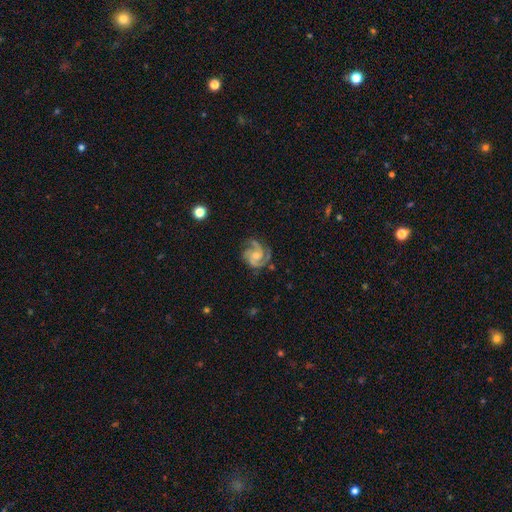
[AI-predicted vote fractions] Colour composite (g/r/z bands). It shows a featured or disk galaxy (90%) with no bar (67%), 3 (58%) medium (47%) spiral arms (98%) and a small central bulge (46%). Merging: none (70%).